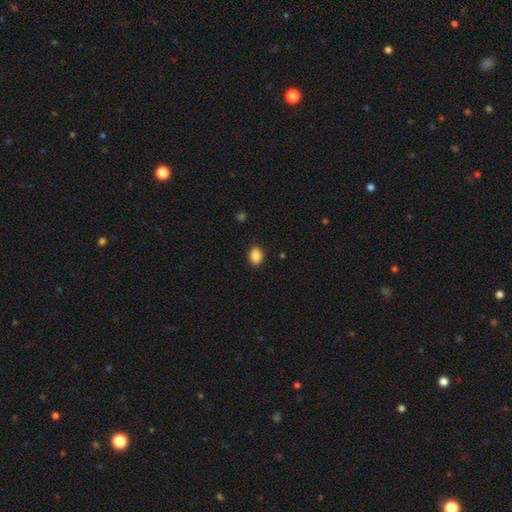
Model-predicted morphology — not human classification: type=smooth (88%); roundness=in between (72%); merging=none (89%).